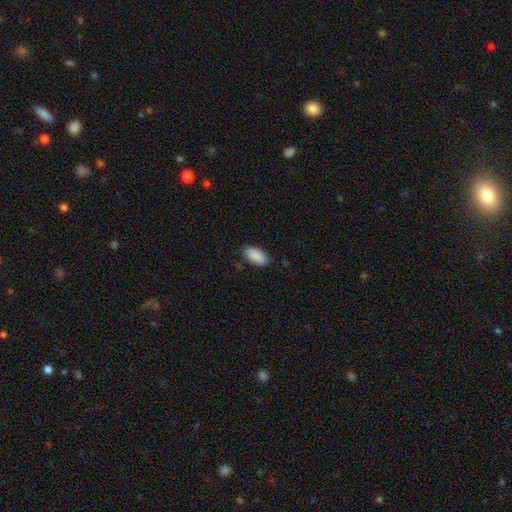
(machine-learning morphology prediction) Q: Smooth or featured?
A: smooth (90%); runner-up: star or artifact (6%)
Q: How rounded?
A: in between (93%); runner-up: cigar-shaped (5%)
Q: Merging?
A: none (87%); runner-up: minor disturbance (10%)